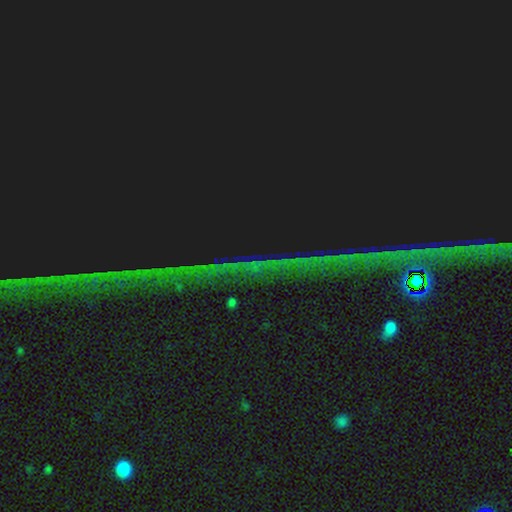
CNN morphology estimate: star or artifact 84%, featured or disk 8%, smooth 7%.